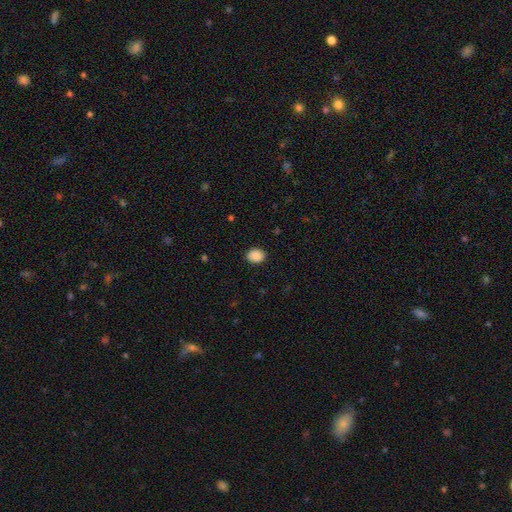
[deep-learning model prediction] Smooth or featured: smooth — 89% (star or artifact — 8%)
How rounded: round — 50% (in between — 49%)
Merging: none — 90% (minor disturbance — 7%)